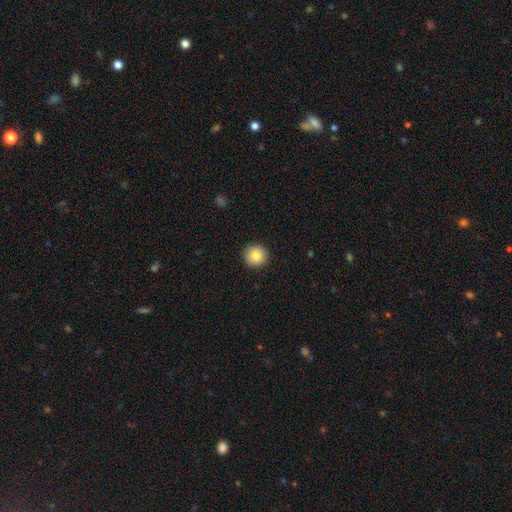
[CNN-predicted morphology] A smooth galaxy with no disk features (85%) that is round (95%). Merging: none (92%).